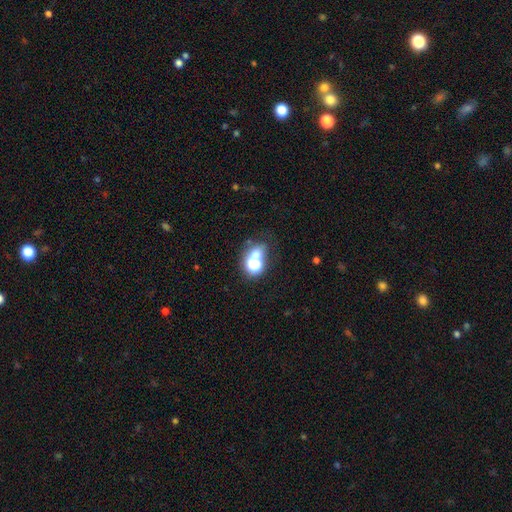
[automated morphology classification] Smooth or featured? smooth (54%)
How rounded? round (58%)
Merging? none (41%)